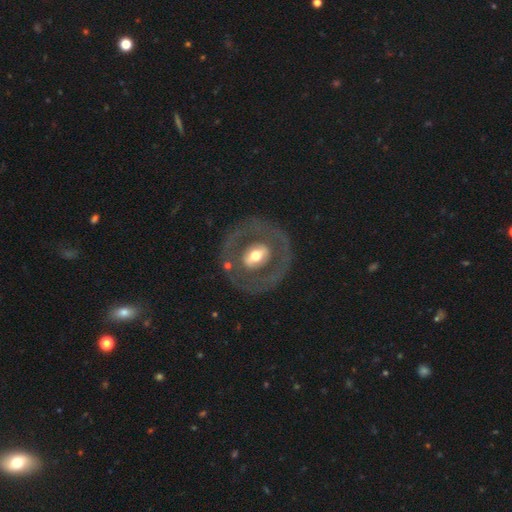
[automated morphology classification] This is likely a featured or disk galaxy (64%). It is clearly not viewed edge-on (93%). Bar: marginally no (44%). Spiral arm pattern: likely no (79%). Central bulge: likely moderate (65%). Merging: likely none (76%).